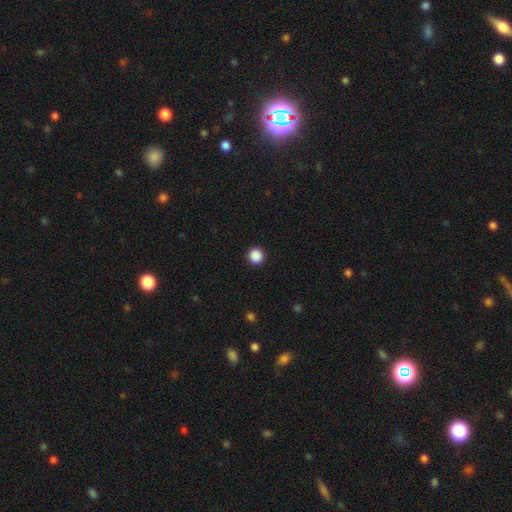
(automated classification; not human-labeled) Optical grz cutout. It shows a smooth galaxy with no disk features (88%) that is round (95%). Merging: none (93%).